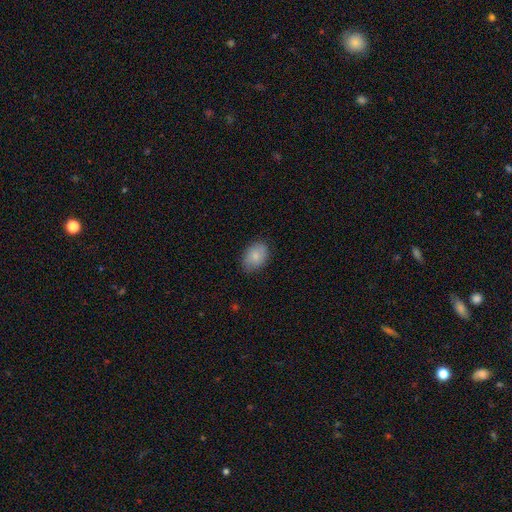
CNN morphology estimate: Smooth or featured: smooth — 83% (featured or disk — 11%)
How rounded: in between — 81% (round — 18%)
Merging: none — 81% (minor disturbance — 15%)